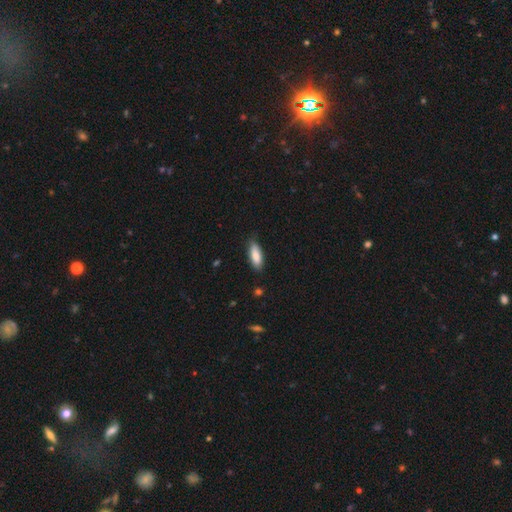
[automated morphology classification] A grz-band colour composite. It shows a smooth galaxy with no disk features (85%) that is in between round and cigar-shaped (68%). Merging: none (82%).